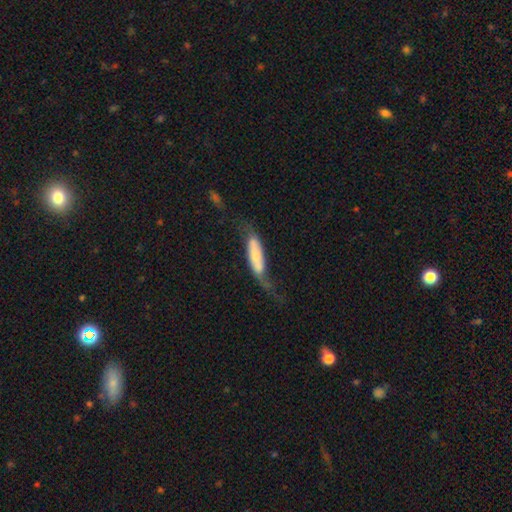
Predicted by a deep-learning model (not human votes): smooth_or_featured: smooth (p=0.47) [tied with: featured or disk p=0.47]
merging: none (p=0.37) [alt: major disturbance p=0.32]